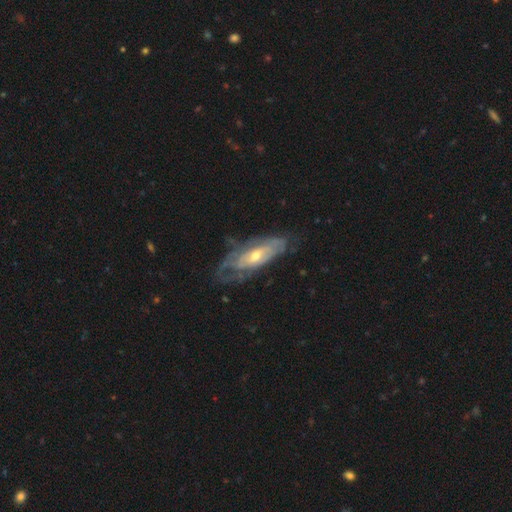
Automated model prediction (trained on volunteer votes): Smooth or featured: featured or disk — 76% (smooth — 17%)
Edge-on disk: no — 83% (yes — 17%)
Bar: no — 68% (weak — 25%)
Spiral arms: yes — 75% (no — 25%)
Bulge size: moderate — 51% (small — 45%)
Merging: none — 60% (minor disturbance — 24%)